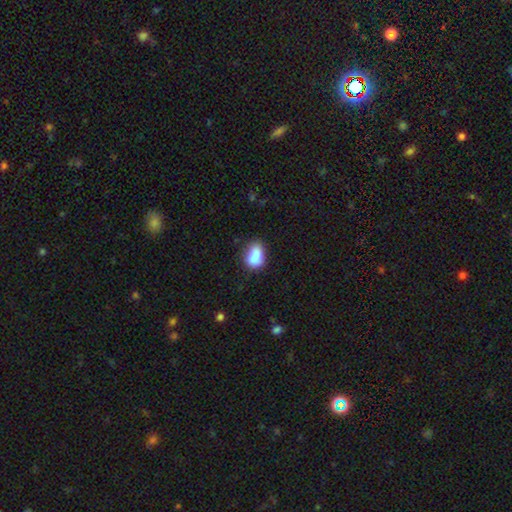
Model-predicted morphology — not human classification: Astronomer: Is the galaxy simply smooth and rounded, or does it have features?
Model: smooth — 85%.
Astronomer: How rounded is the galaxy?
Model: in between — 79%.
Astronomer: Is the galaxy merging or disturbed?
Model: none — 62%.